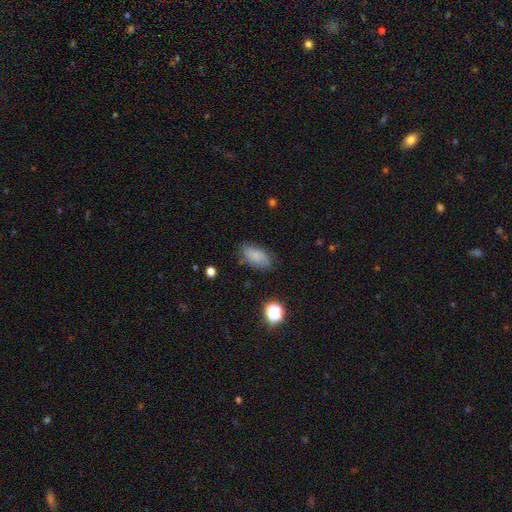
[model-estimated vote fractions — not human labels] This appears to be a smooth galaxy with no disk features (78%) that is in between round and cigar-shaped (90%). Merging: none (74%).